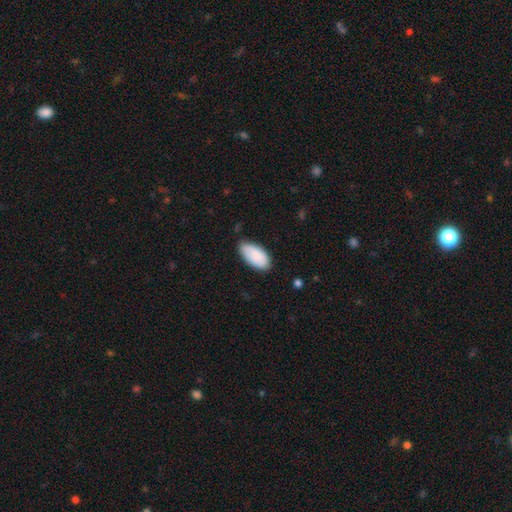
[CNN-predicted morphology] type=smooth (87%); roundness=in between (95%); merging=none (73%).